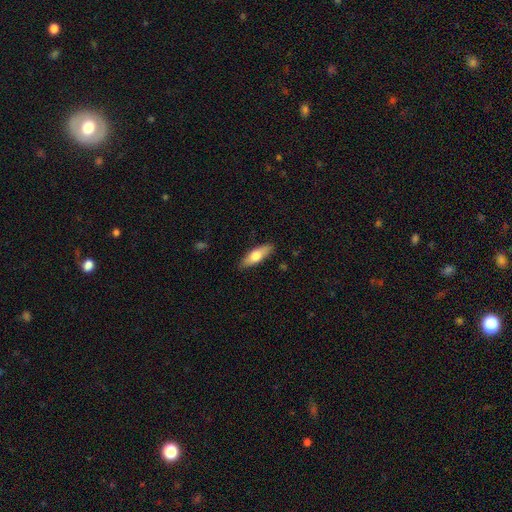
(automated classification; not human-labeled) Smooth or featured? Predicted: smooth (p=0.67). How rounded? Predicted: in between (p=0.60). Merging? Predicted: none (p=0.87).